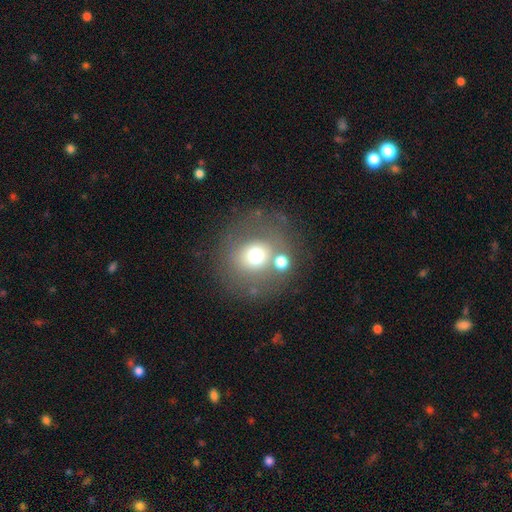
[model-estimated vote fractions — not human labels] smooth_or_featured: smooth (p=0.63) [alt: featured or disk p=0.21]
how_rounded: round (p=0.87) [alt: in between p=0.12]
merging: none (p=0.63) [alt: merger p=0.16]